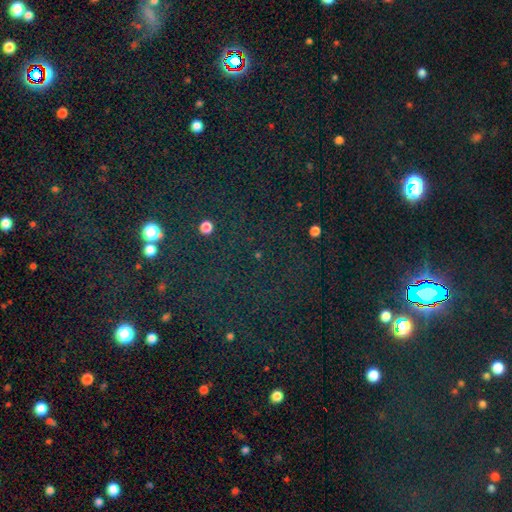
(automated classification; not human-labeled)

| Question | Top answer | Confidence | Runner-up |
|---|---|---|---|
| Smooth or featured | star or artifact | 76% | smooth (16%) |